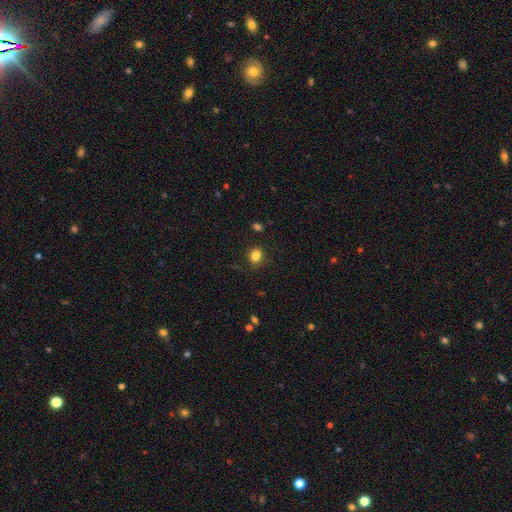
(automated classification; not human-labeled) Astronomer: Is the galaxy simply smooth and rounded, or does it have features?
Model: smooth — 83%.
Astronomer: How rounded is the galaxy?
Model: round — 58% (runner-up: in between, 40%).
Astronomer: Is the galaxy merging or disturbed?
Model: none — 87%.